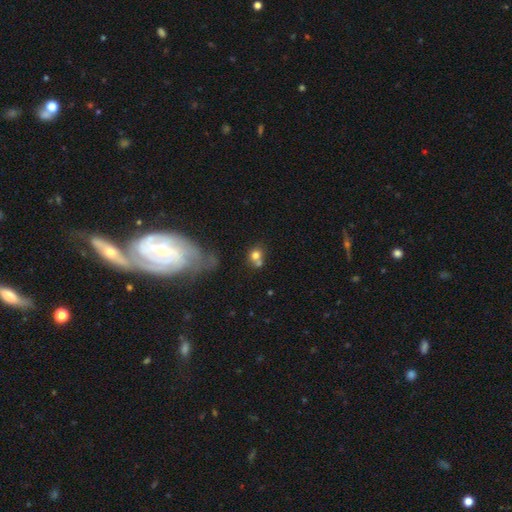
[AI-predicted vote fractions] smooth_or_featured: smooth (p=0.74) [alt: featured or disk p=0.13]
how_rounded: round (p=0.73) [alt: in between p=0.25]
merging: merger (p=0.41) [tied with: none p=0.41]